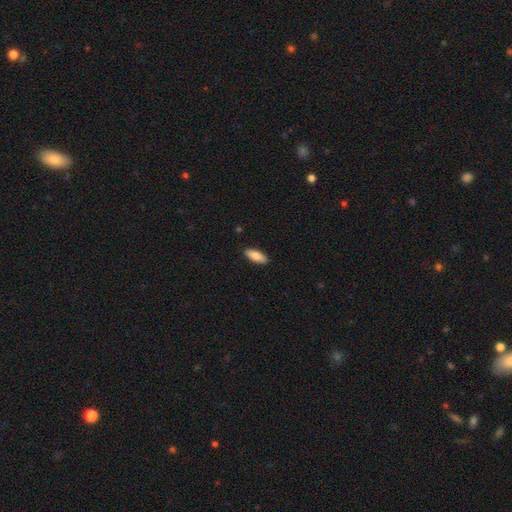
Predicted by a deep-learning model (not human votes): Smooth or featured? Predicted: smooth (p=0.85). How rounded? Predicted: in between (p=0.71). Merging? Predicted: none (p=0.89).